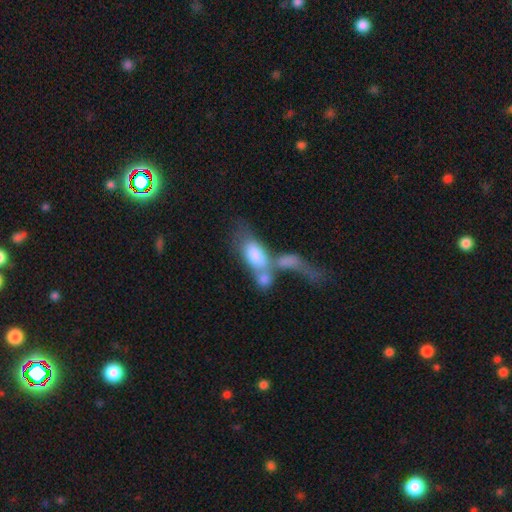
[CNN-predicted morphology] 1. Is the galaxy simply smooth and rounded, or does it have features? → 64% smooth, 28% featured or disk, 8% star or artifact.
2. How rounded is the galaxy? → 80% in between, 15% cigar-shaped, 5% round.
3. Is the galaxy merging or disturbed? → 68% merger, 16% major disturbance, 10% none, 6% minor disturbance.